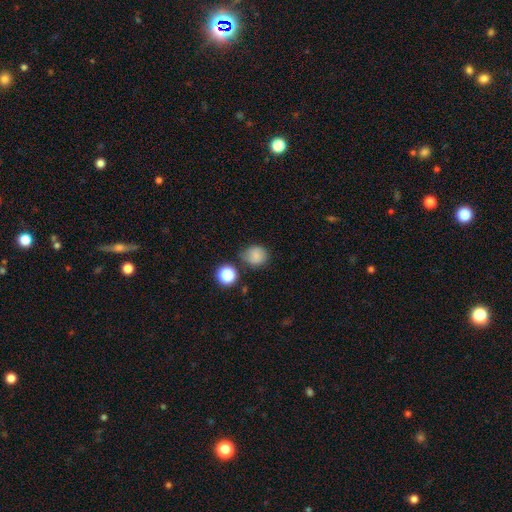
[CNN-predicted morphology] This is likely a smooth galaxy (79%). How rounded: likely round (78%). Merging: likely none (70%).